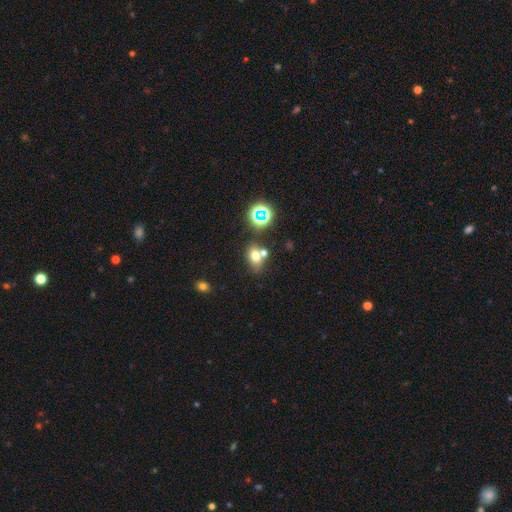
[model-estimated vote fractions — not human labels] Q: Smooth or featured?
A: smooth (68%); runner-up: star or artifact (19%)
Q: How rounded?
A: in between (66%); runner-up: round (32%)
Q: Merging?
A: none (53%); runner-up: merger (29%)